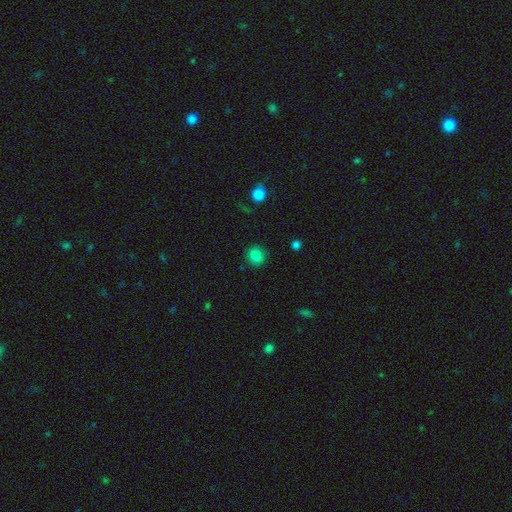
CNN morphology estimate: Smooth or featured? smooth (83%)
How rounded? round (87%)
Merging? none (90%)